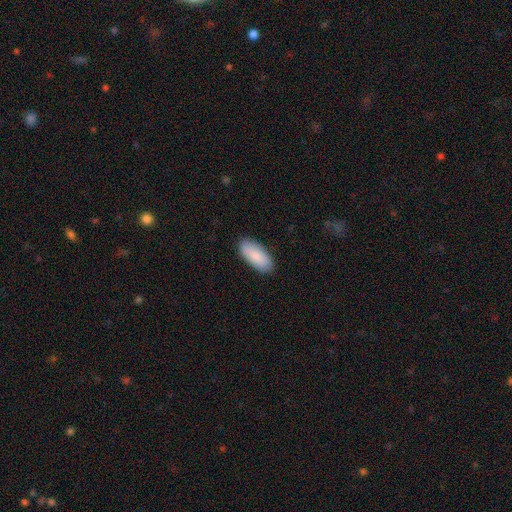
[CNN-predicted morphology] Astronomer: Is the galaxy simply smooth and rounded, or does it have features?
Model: smooth — 88%.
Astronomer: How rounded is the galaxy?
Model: in between — 89%.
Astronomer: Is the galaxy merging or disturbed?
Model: none — 88%.